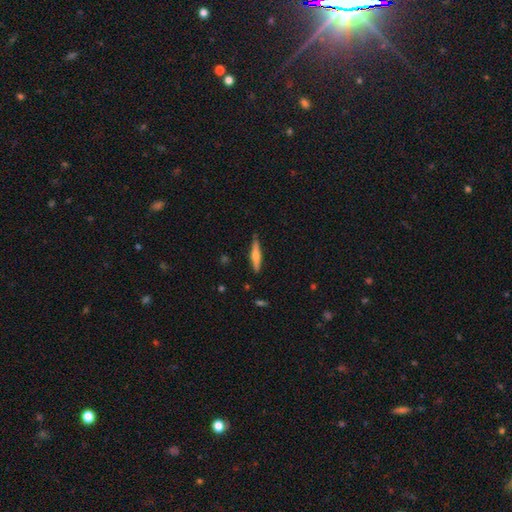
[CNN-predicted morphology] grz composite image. It shows a smooth galaxy with no disk features (48%). Merging: none (87%).